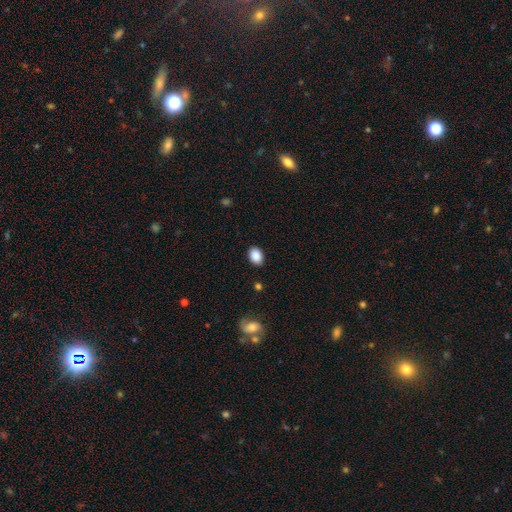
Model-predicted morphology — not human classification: The model was most divided on "how rounded": in between: 78%, round: 21%, cigar-shaped: 1%. More confident: smooth or featured — smooth (89%); merging — none (87%).